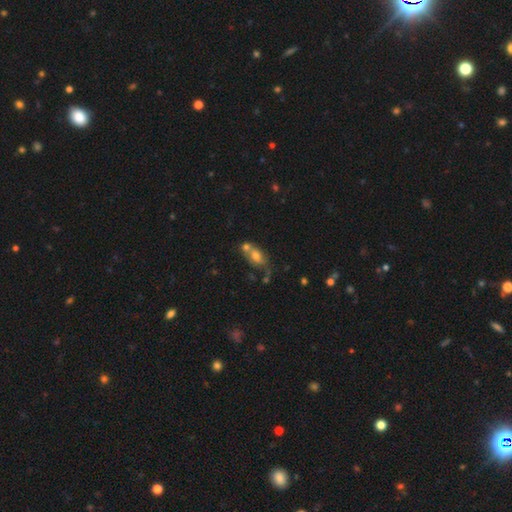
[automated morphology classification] A smooth galaxy with no disk features (64%) that is in between round and cigar-shaped (80%). Merging: merger (48%).